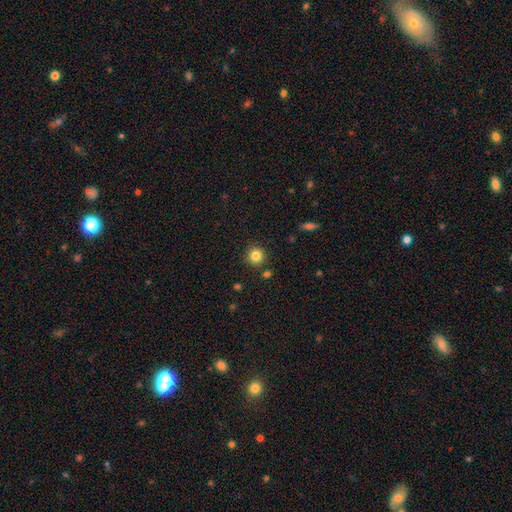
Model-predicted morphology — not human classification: A smooth galaxy with no disk features (84%) that is round (92%).

Vote fractions:
- Smooth or featured? smooth: 84% / star or artifact: 11% / featured or disk: 5%
- How rounded? round: 92% / in between: 7% / cigar-shaped: 1%
- Merging? none: 87% / minor disturbance: 7% / merger: 4% / major disturbance: 2%